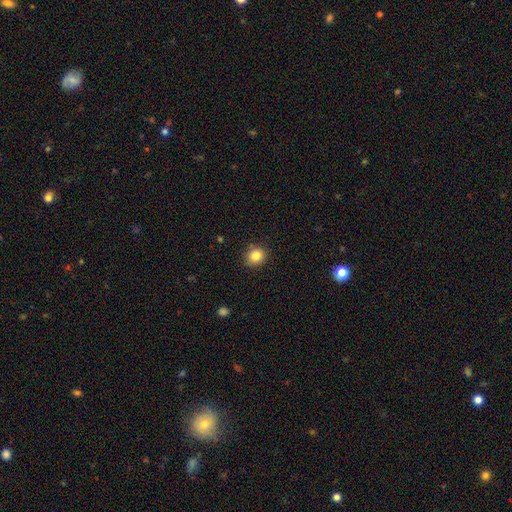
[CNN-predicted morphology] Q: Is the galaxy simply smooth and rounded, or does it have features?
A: smooth — 84%.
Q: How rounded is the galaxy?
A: round — 83%.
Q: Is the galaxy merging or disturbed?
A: none — 87%.